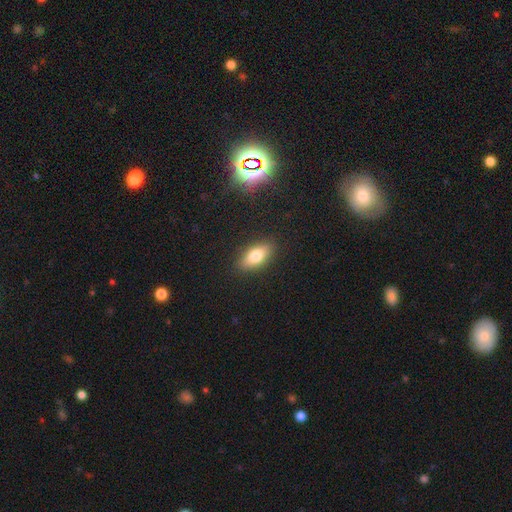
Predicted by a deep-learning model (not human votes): This appears to be a smooth galaxy with no disk features (76%) that is in between round and cigar-shaped (83%). Merging: none (88%).